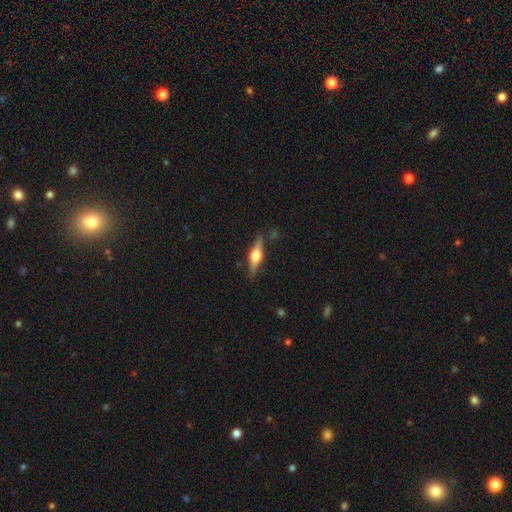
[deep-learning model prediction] featured or disk 68%, smooth 25%, star or artifact 6%. Down the decision tree: edge-on disk — yes (97%); edge-on bulge — rounded (93%); merging — none (84%).